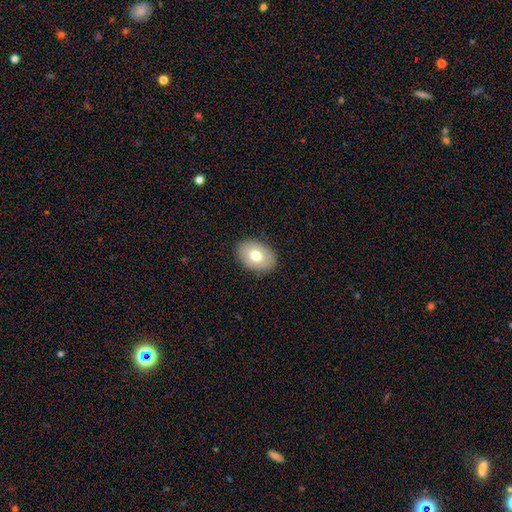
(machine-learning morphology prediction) Smooth or featured?
  - smooth: 73% *
  - featured or disk: 20%
  - star or artifact: 7%
How rounded?
  - in between: 82% *
  - round: 17%
  - cigar-shaped: 1%
Merging?
  - none: 89% *
  - minor disturbance: 8%
  - major disturbance: 2%
  - merger: 1%